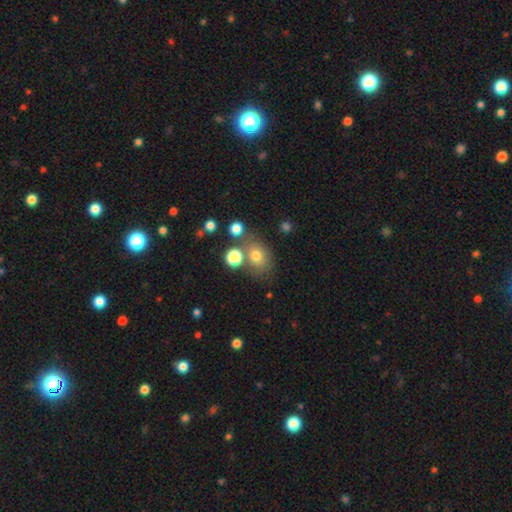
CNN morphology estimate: Smooth or featured: smooth — 73% (star or artifact — 15%)
How rounded: in between — 51% (round — 48%)
Merging: none — 61% (merger — 17%)